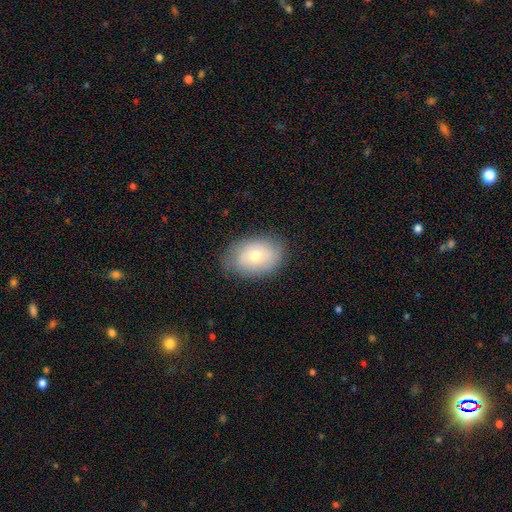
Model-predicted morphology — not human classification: smooth_or_featured: smooth (p=0.65) [alt: featured or disk p=0.27]
how_rounded: in between (p=0.82) [alt: round p=0.17]
merging: none (p=0.77) [alt: minor disturbance p=0.17]